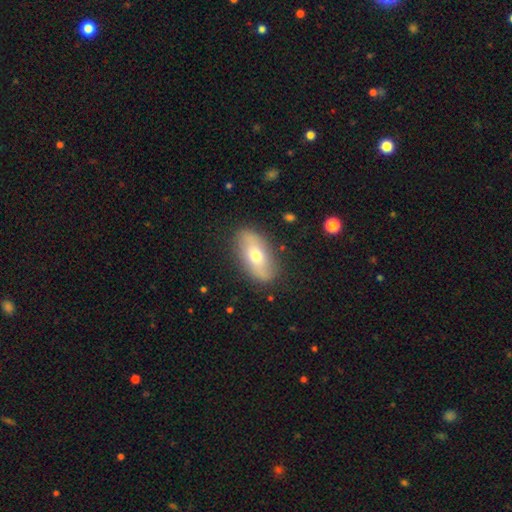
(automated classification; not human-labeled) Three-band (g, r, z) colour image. It shows a smooth galaxy with no disk features (55%) that is in between round and cigar-shaped (88%). Merging: none (84%).